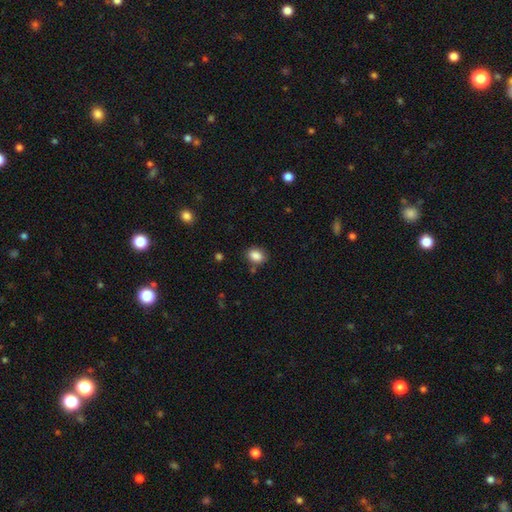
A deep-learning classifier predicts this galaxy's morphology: Smooth or featured?
  - smooth: 86% *
  - star or artifact: 9%
  - featured or disk: 4%
How rounded?
  - in between: 68% *
  - round: 31%
  - cigar-shaped: 1%
Merging?
  - none: 79% *
  - minor disturbance: 13%
  - merger: 4%
  - major disturbance: 3%